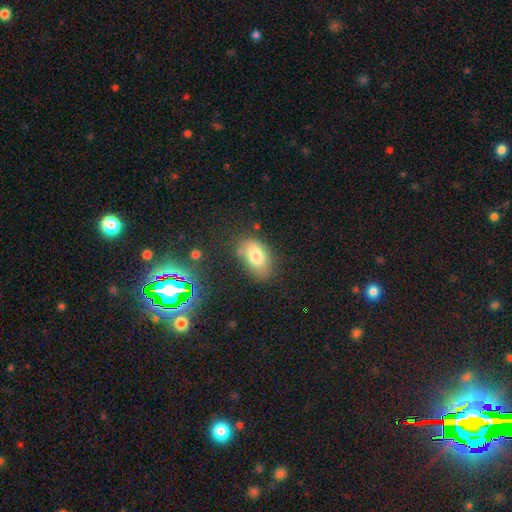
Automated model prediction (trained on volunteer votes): Smooth or featured?
  - smooth: 77% *
  - featured or disk: 14%
  - star or artifact: 10%
How rounded?
  - in between: 90% *
  - round: 8%
  - cigar-shaped: 2%
Merging?
  - none: 70% *
  - minor disturbance: 19%
  - major disturbance: 5%
  - merger: 5%